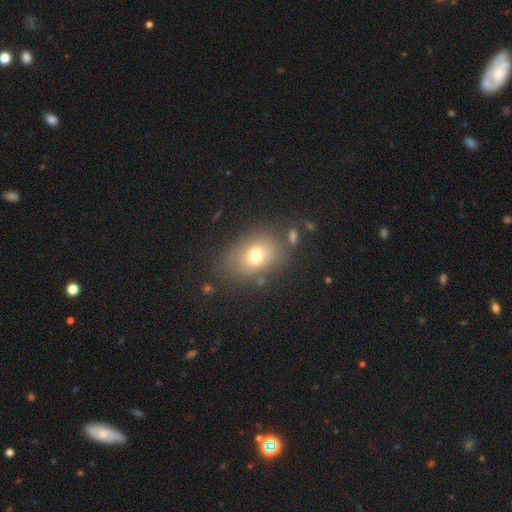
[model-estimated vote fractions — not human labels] The model was most divided on "how rounded": in between: 67%, round: 32%, cigar-shaped: 1%. More confident: smooth or featured — smooth (71%); merging — none (70%).